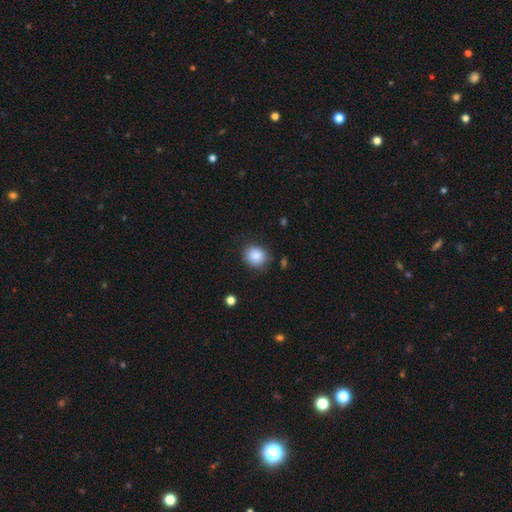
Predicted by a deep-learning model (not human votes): This appears to be a smooth galaxy with no disk features (86%) that is round (81%). Merging: none (83%).